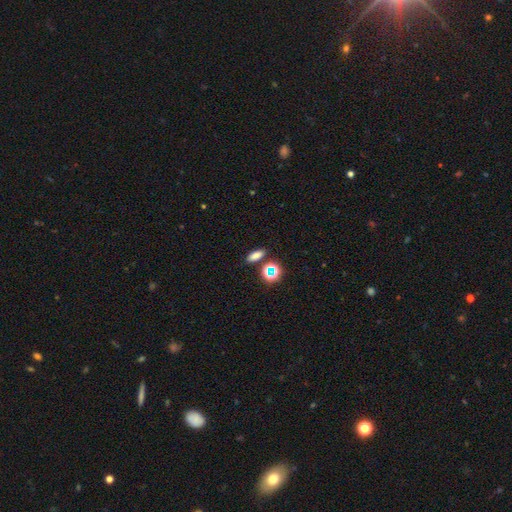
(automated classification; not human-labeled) smooth_or_featured: smooth (p=0.72) [alt: star or artifact p=0.19]
how_rounded: in between (p=0.69) [alt: cigar-shaped p=0.20]
merging: none (p=0.80) [alt: minor disturbance p=0.09]